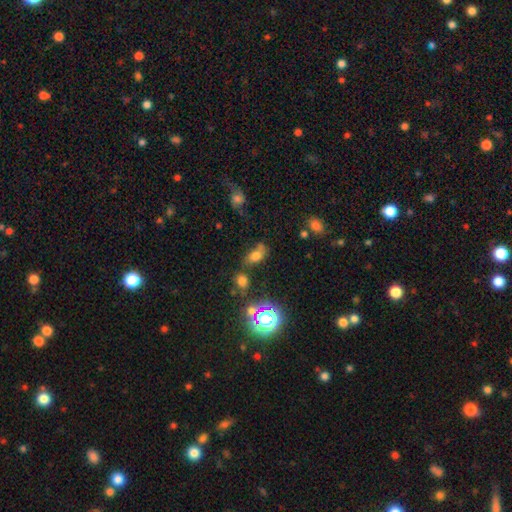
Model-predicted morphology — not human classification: Smooth or featured: smooth — 62% (star or artifact — 22%)
How rounded: in between — 79% (round — 17%)
Merging: none — 50% (minor disturbance — 23%)